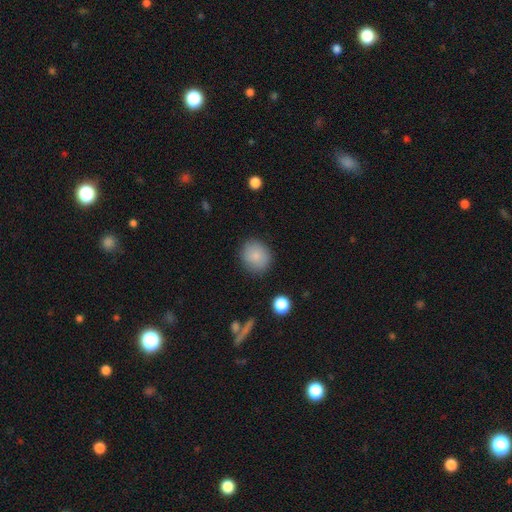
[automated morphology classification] Overall: smooth (86%). How rounded: round (78%). Merging: none (85%).